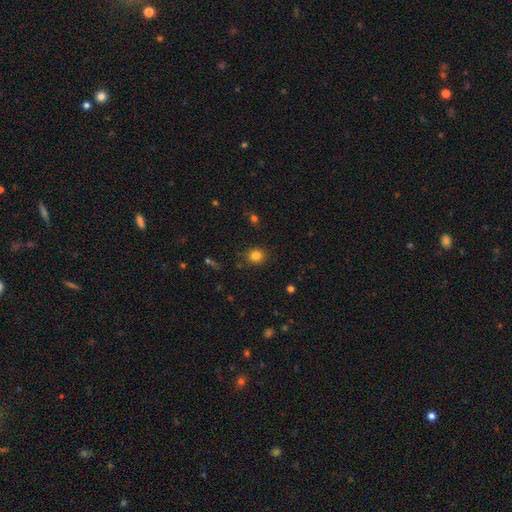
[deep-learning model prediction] A smooth galaxy with no disk features (82%) that is round (82%). Merging: none (87%).